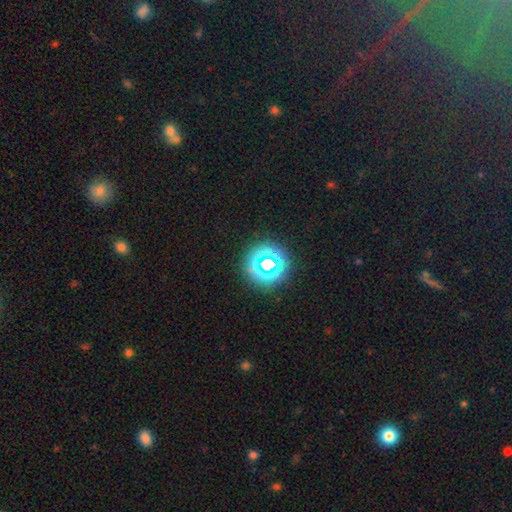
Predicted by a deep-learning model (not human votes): A star or artifact, not a galaxy (58%).